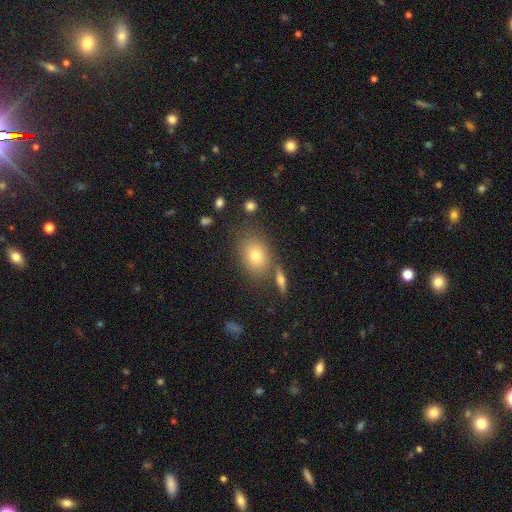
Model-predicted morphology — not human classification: Smooth or featured? Predicted: smooth (p=0.75). How rounded? Predicted: in between (p=0.67). Merging? Predicted: none (p=0.72).